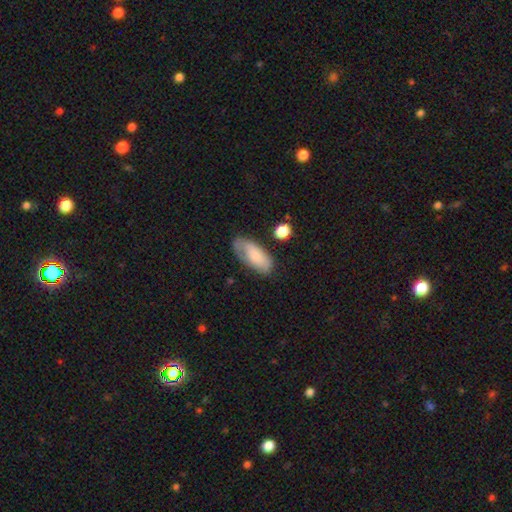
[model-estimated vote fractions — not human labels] The model was most divided on "merging": none: 57%, minor disturbance: 27%, major disturbance: 11%, merger: 4%. More confident: how rounded — in between (89%); smooth or featured — smooth (71%).